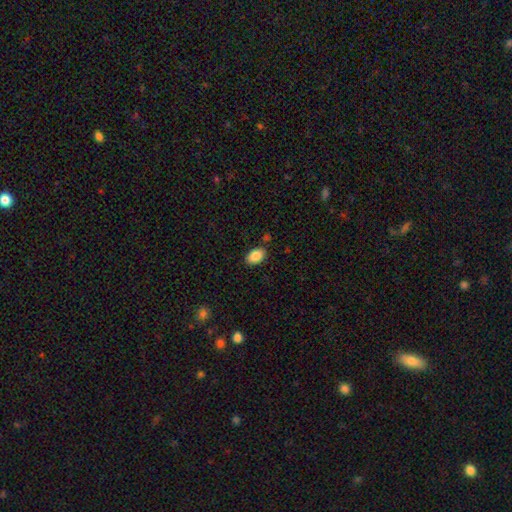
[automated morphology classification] Smooth or featured: smooth — 87% (star or artifact — 8%)
How rounded: in between — 89% (round — 10%)
Merging: none — 84% (minor disturbance — 11%)